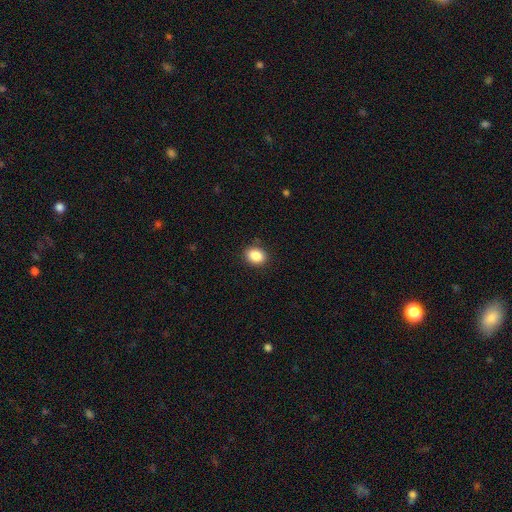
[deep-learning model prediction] Smooth or featured: smooth — 87% (star or artifact — 9%)
How rounded: in between — 64% (round — 35%)
Merging: none — 88% (minor disturbance — 9%)